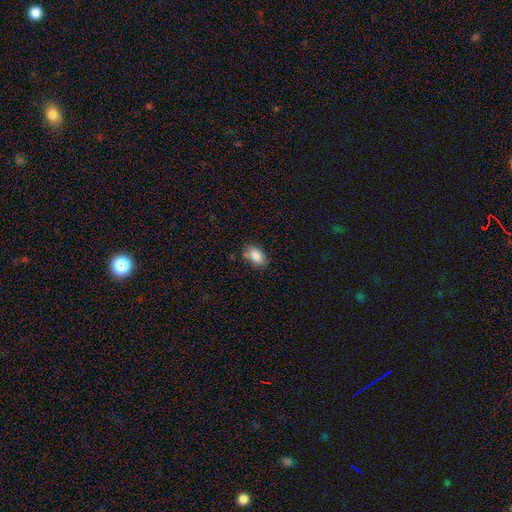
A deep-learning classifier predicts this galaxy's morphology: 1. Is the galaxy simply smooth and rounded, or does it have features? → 86% smooth, 8% star or artifact, 6% featured or disk.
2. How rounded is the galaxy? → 89% in between, 10% round, 2% cigar-shaped.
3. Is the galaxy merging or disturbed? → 77% none, 17% minor disturbance, 3% major disturbance, 3% merger.